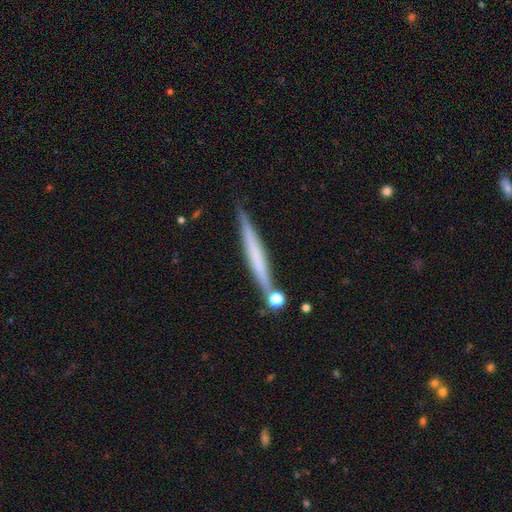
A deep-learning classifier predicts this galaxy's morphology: The model was most divided on "smooth or featured": smooth: 48%, featured or disk: 46%, star or artifact: 7%. More confident: merging — none (79%).